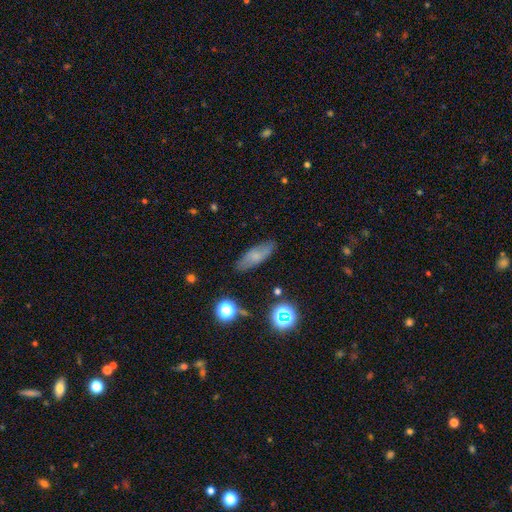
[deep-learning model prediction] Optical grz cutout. It shows a smooth galaxy with no disk features (66%) that is in between round and cigar-shaped (63%). Merging: none (81%).